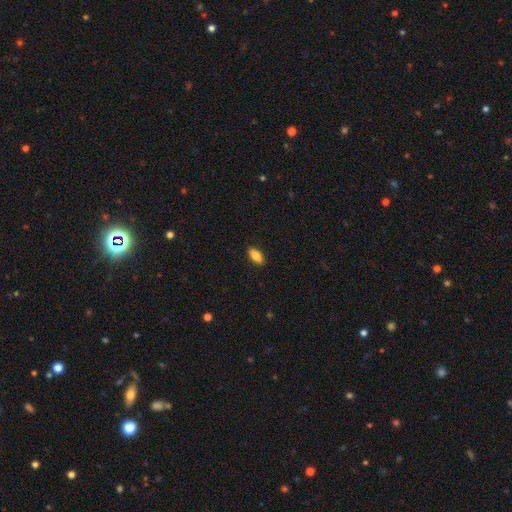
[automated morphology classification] Smooth or featured? Predicted: smooth (p=0.81). How rounded? Predicted: in between (p=0.85). Merging? Predicted: none (p=0.89).